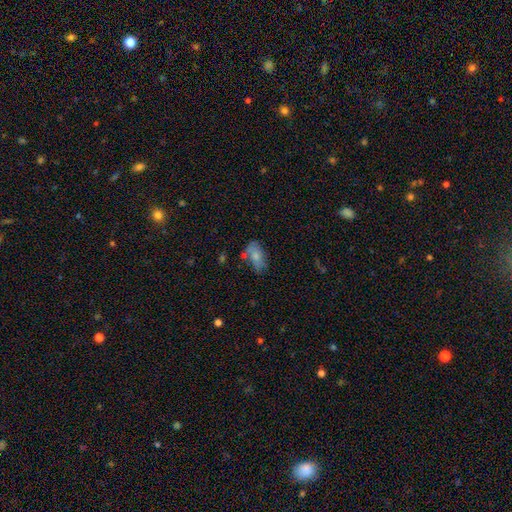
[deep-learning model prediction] smooth-or-featured: smooth: 72% | featured or disk: 20% | star or artifact: 8%
  how-rounded: in between: 90% | round: 6% | cigar-shaped: 4%
  merging: none: 53% | minor disturbance: 26% | merger: 12% | major disturbance: 9%